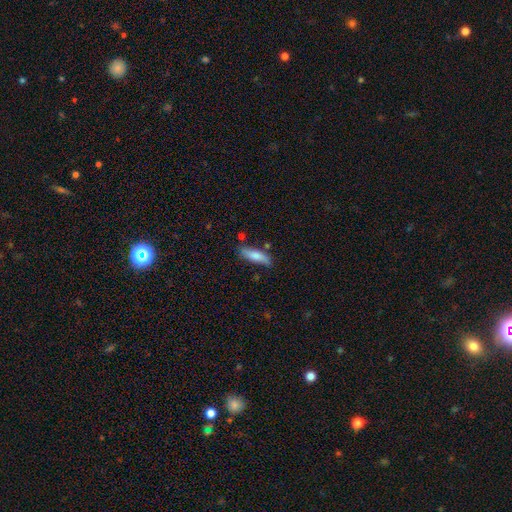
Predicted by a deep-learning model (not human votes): The model was most divided on "how rounded": cigar-shaped: 53%, in between: 45%, round: 2%. More confident: smooth or featured — smooth (77%); merging — none (73%).